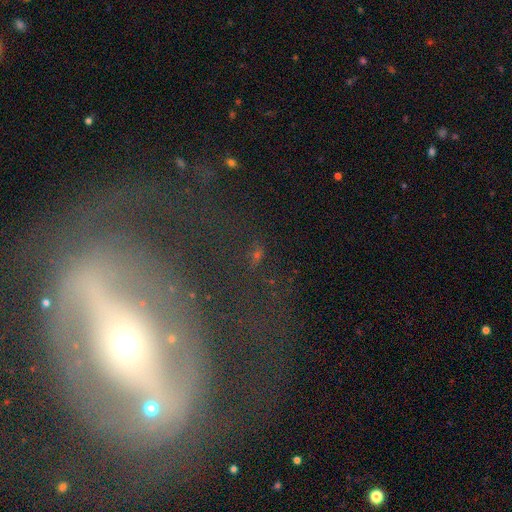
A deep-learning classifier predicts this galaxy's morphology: This is marginally a star or artifact rather than a galaxy (43%).